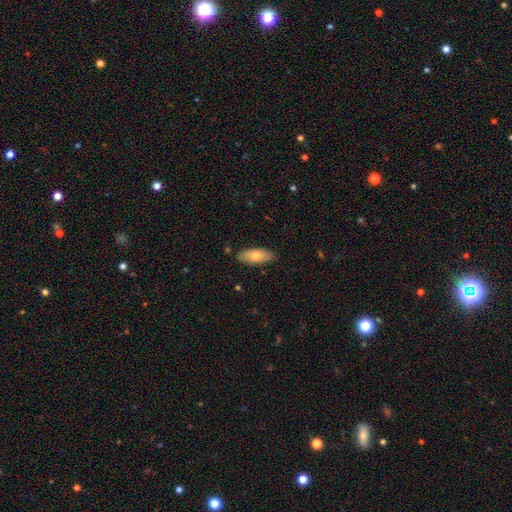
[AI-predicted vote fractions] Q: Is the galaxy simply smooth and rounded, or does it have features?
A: smooth — 74%.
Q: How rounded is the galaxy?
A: in between — 82%.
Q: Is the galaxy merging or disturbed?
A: none — 83%.